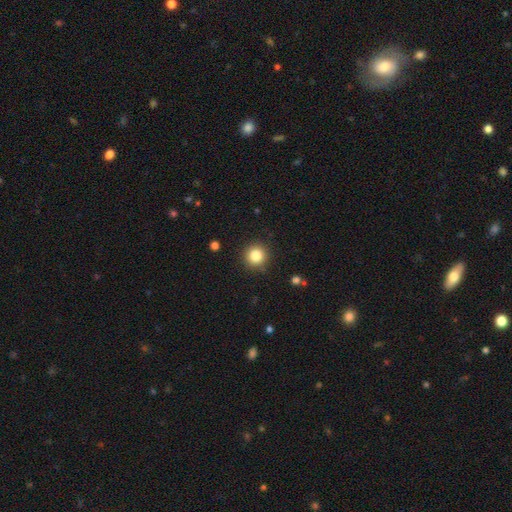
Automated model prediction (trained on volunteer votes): Overall: smooth (84%). How rounded: round (94%). Merging: none (91%).